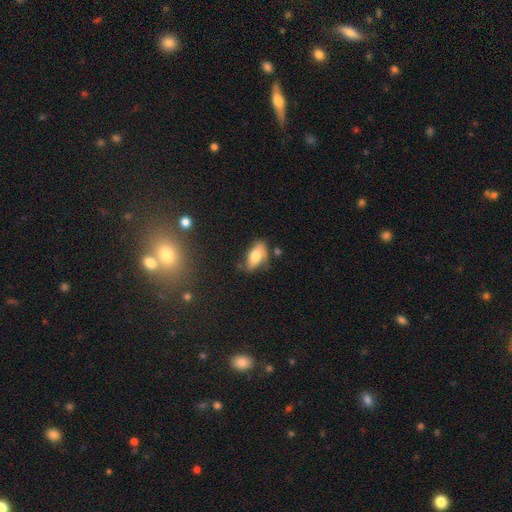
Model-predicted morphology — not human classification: smooth_or_featured: smooth (p=0.70) [alt: featured or disk p=0.22]
how_rounded: in between (p=0.90) [alt: cigar-shaped p=0.06]
merging: none (p=0.48) [alt: minor disturbance p=0.32]